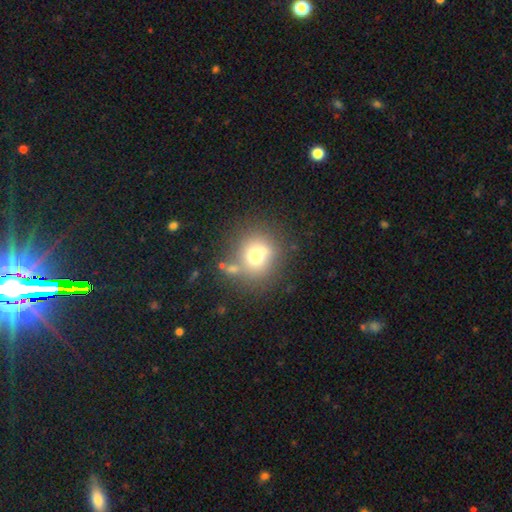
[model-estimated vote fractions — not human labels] A smooth galaxy with no disk features (69%) that is round (85%).

Vote fractions:
- Smooth or featured? smooth: 69% / featured or disk: 18% / star or artifact: 14%
- How rounded? round: 85% / in between: 14% / cigar-shaped: 1%
- Merging? none: 60% / merger: 16% / minor disturbance: 16% / major disturbance: 8%